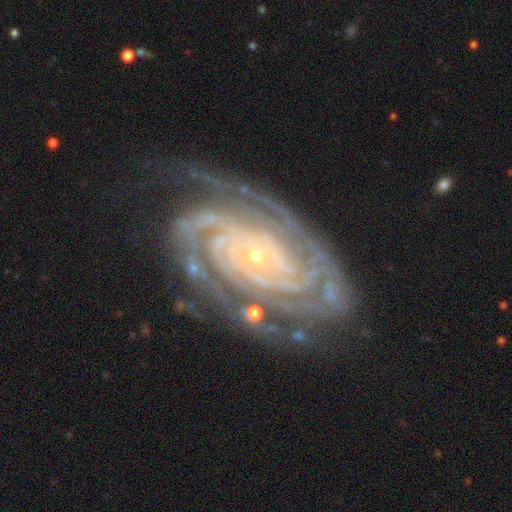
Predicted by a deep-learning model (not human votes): Smooth or featured?
  - featured or disk: 92% *
  - star or artifact: 5%
  - smooth: 3%
Edge-on disk?
  - no: 97% *
  - yes: 3%
Bar?
  - no: 69% *
  - weak: 18%
  - strong: 13%
Spiral arms?
  - yes: 99% *
  - no: 1%
Spiral winding?
  - tight: 81% *
  - medium: 17%
  - loose: 2%
Spiral arm count?
  - 2: 24% *
  - 4: 21%
  - 3: 21%
  - can't tell: 14%
  - more than 4: 13%
  - 1: 7%
Bulge size?
  - small: 85% *
  - moderate: 11%
  - none: 2%
  - large: 1%
  - dominant: 1%
Merging?
  - none: 72% *
  - minor disturbance: 18%
  - major disturbance: 8%
  - merger: 2%